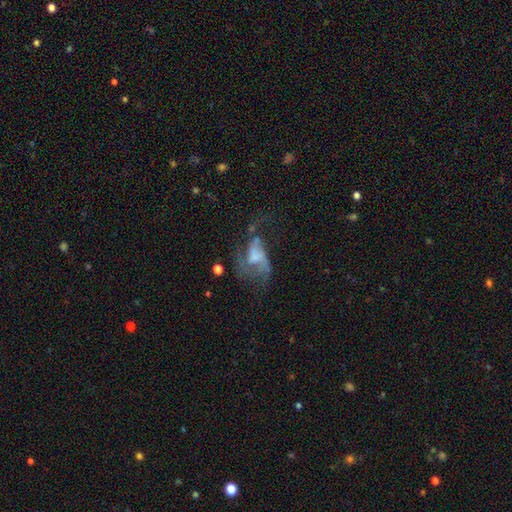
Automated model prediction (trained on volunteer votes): Smooth or featured?
  - featured or disk: 65% *
  - smooth: 24%
  - star or artifact: 11%
Edge-on disk?
  - no: 97% *
  - yes: 3%
Bar?
  - no: 66% *
  - weak: 28%
  - strong: 6%
Spiral arms?
  - yes: 67% *
  - no: 33%
Bulge size?
  - none: 37% *
  - moderate: 26%
  - small: 25%
  - large: 10%
  - dominant: 2%
Merging?
  - major disturbance: 52% *
  - none: 25%
  - minor disturbance: 16%
  - merger: 7%